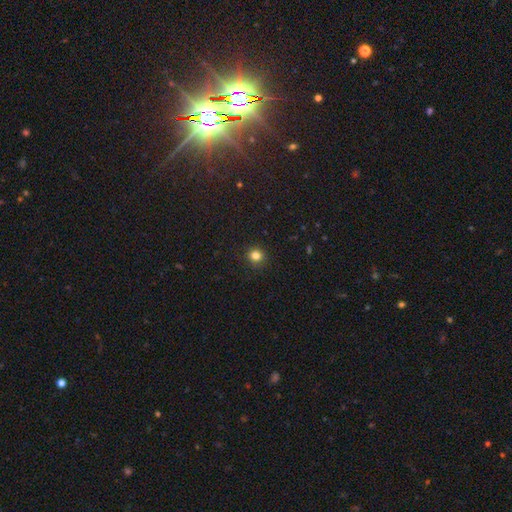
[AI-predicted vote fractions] This is clearly a smooth galaxy (81%). How rounded: clearly round (88%). Merging: clearly none (90%).